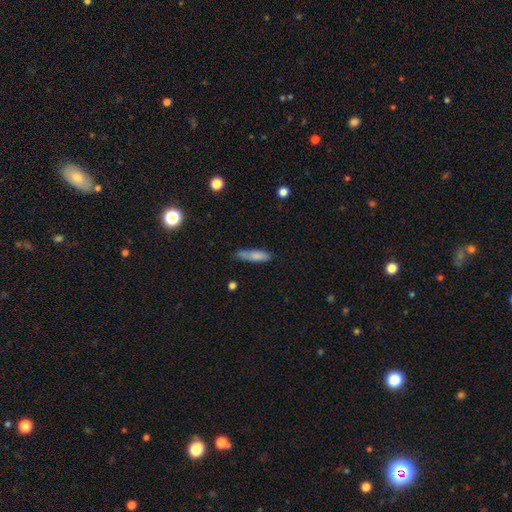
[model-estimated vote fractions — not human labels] Q: Smooth or featured?
A: smooth (80%); runner-up: featured or disk (13%)
Q: How rounded?
A: cigar-shaped (67%); runner-up: in between (31%)
Q: Merging?
A: none (67%); runner-up: minor disturbance (24%)